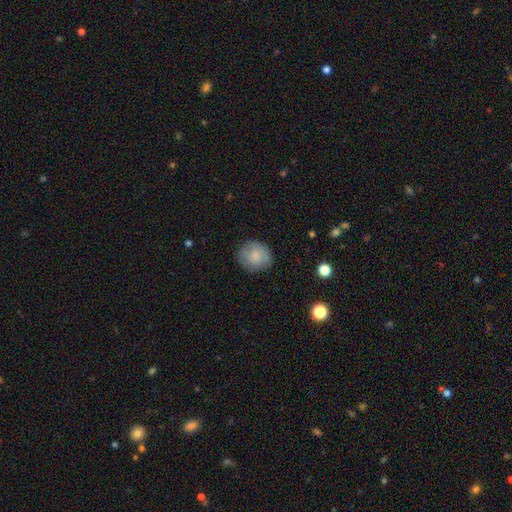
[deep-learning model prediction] A smooth galaxy with no disk features (76%) that is round (82%). Merging: none (82%).